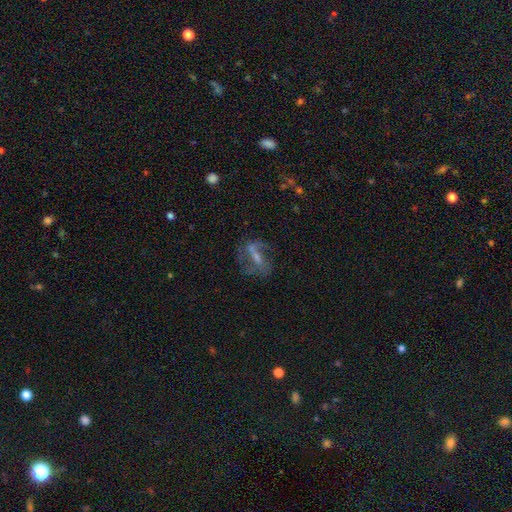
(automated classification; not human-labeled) This is likely a featured or disk galaxy (68%). It is clearly not viewed edge-on (90%). Bar: marginally strong (39%). Spiral arm pattern: likely yes (73%). Central bulge: marginally small (41%). Merging: possibly none (54%).